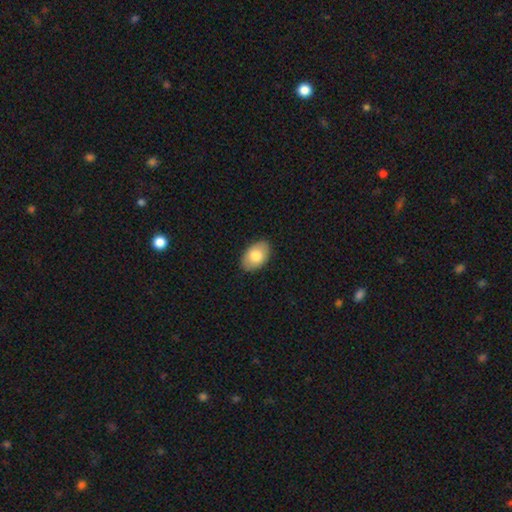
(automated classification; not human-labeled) Smooth or featured? Predicted: smooth (p=0.77). How rounded? Predicted: in between (p=0.91). Merging? Predicted: none (p=0.88).